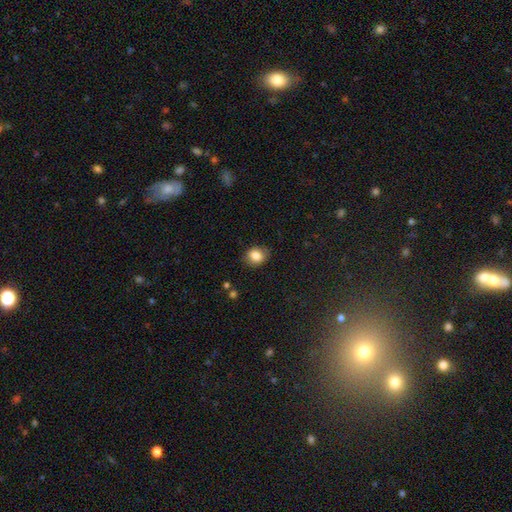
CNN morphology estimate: Smooth or featured?
  - smooth: 82% *
  - star or artifact: 9%
  - featured or disk: 9%
How rounded?
  - round: 58% *
  - in between: 41%
  - cigar-shaped: 1%
Merging?
  - none: 82% *
  - minor disturbance: 13%
  - major disturbance: 3%
  - merger: 1%